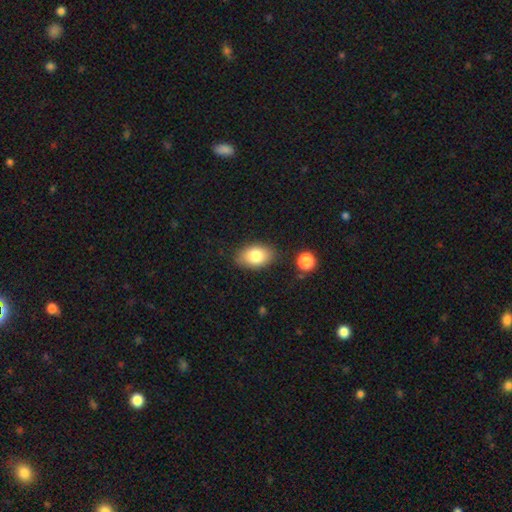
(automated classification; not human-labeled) Smooth or featured? smooth (81%)
How rounded? in between (88%)
Merging? none (82%)